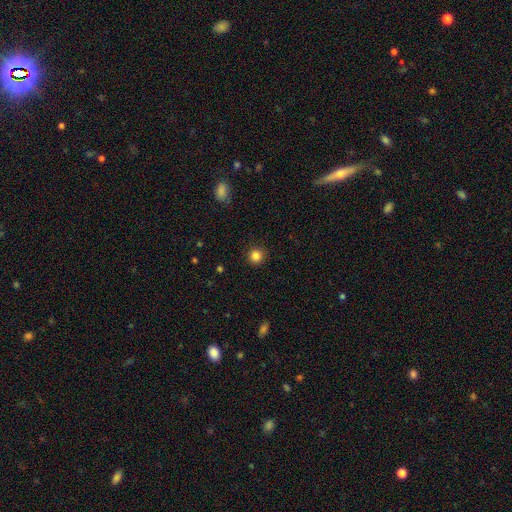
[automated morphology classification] This is clearly a smooth galaxy (85%). How rounded: clearly round (94%). Merging: clearly none (91%).